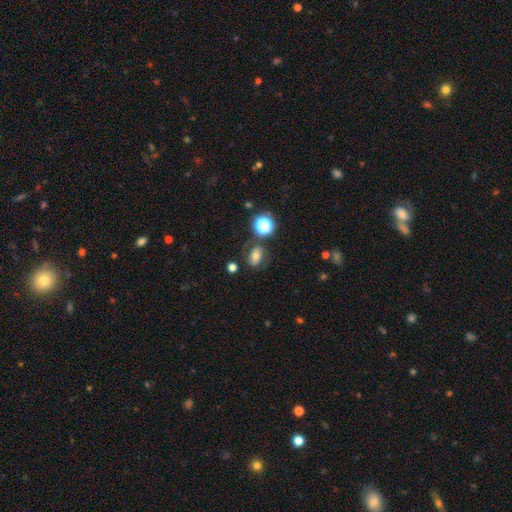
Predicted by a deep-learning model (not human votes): A smooth galaxy with no disk features (56%) that is in between round and cigar-shaped (55%).

Vote fractions:
- Smooth or featured? smooth: 56% / featured or disk: 26% / star or artifact: 18%
- How rounded? in between: 55% / round: 43% / cigar-shaped: 2%
- Merging? none: 69% / minor disturbance: 16% / merger: 8% / major disturbance: 7%